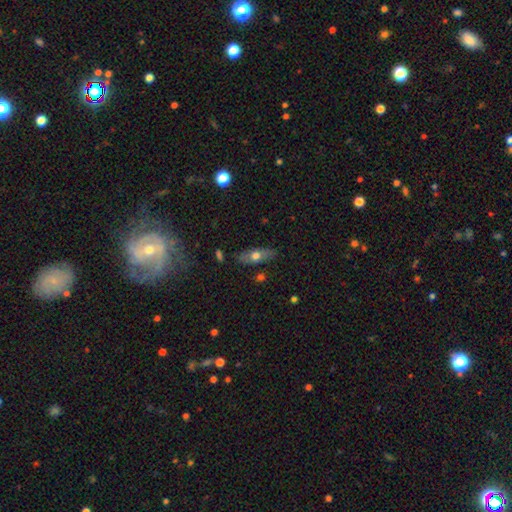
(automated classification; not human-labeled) Smooth or featured: smooth — 56% (featured or disk — 37%)
How rounded: in between — 59% (cigar-shaped — 36%)
Merging: none — 82% (minor disturbance — 13%)